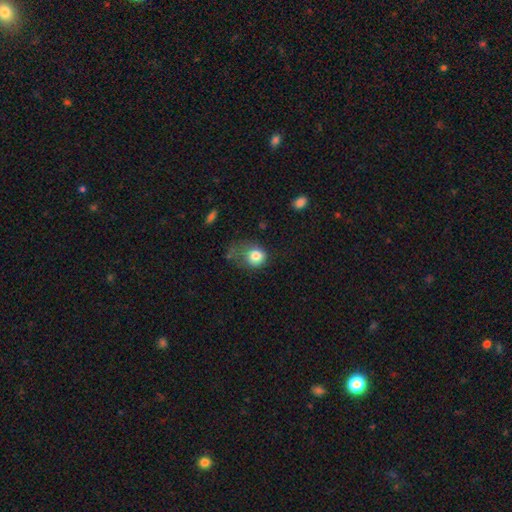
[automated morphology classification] Overall: smooth (81%). How rounded: round (73%). Merging: none (35%; major disturbance 32%).